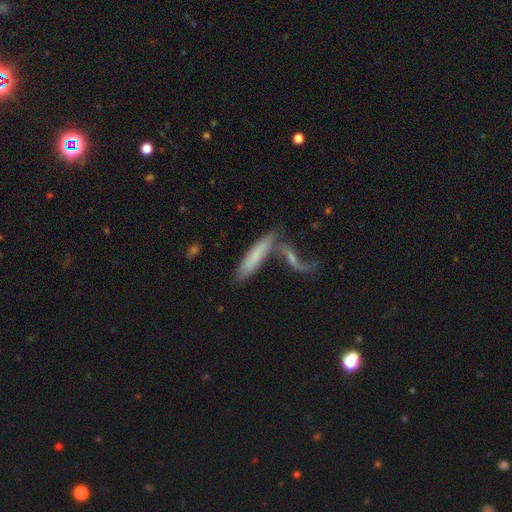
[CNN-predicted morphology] Smooth or featured: smooth — 59% (featured or disk — 32%)
How rounded: cigar-shaped — 75% (in between — 23%)
Merging: merger — 43% (none — 39%)